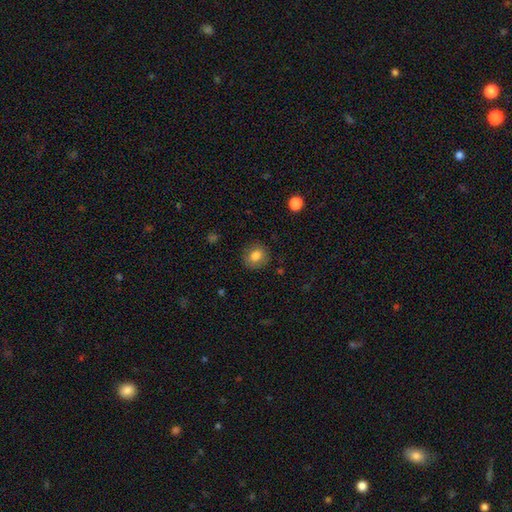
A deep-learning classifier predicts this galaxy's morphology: This is clearly a smooth galaxy (81%). How rounded: likely round (76%). Merging: clearly none (84%).